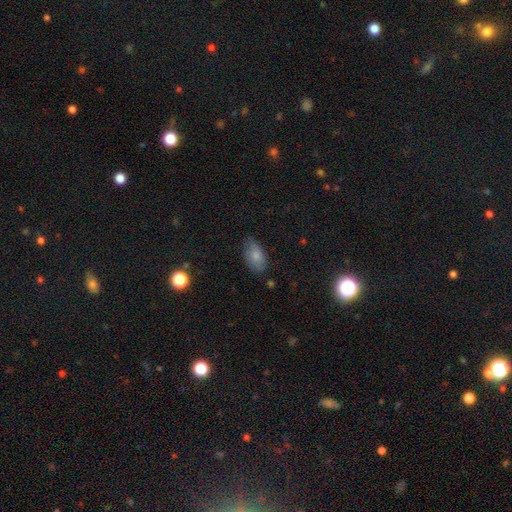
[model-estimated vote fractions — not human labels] smooth-or-featured: smooth: 80% | featured or disk: 12% | star or artifact: 8%
  how-rounded: in between: 92% | round: 5% | cigar-shaped: 3%
  merging: none: 72% | minor disturbance: 22% | major disturbance: 5% | merger: 1%